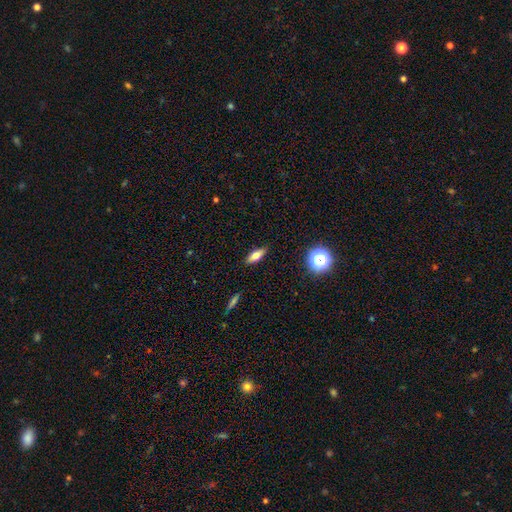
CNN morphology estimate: Smooth or featured? Predicted: smooth (p=0.69). How rounded? Predicted: in between (p=0.67). Merging? Predicted: none (p=0.88).